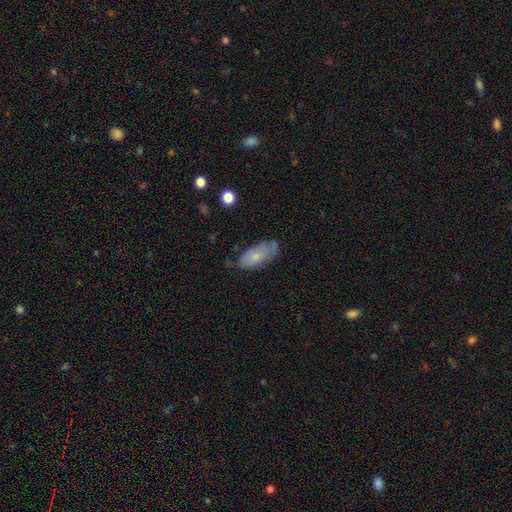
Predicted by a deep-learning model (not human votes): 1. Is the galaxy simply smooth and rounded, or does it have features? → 62% smooth, 31% featured or disk, 7% star or artifact.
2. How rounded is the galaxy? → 86% in between, 11% cigar-shaped, 3% round.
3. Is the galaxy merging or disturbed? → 57% none, 32% minor disturbance, 8% major disturbance, 3% merger.